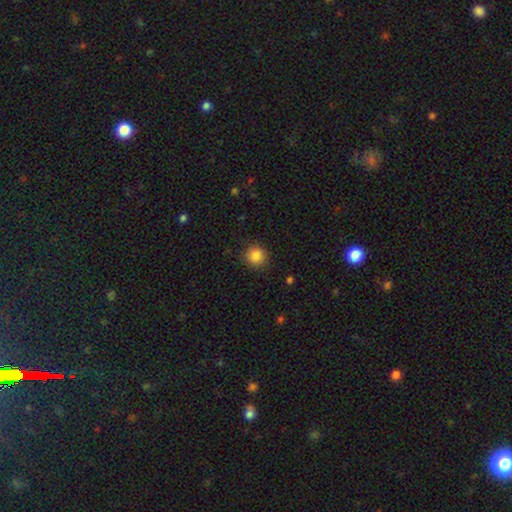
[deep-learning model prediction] A smooth galaxy with no disk features (86%) that is round (93%).

Vote fractions:
- Smooth or featured? smooth: 86% / star or artifact: 10% / featured or disk: 4%
- How rounded? round: 93% / in between: 6% / cigar-shaped: 1%
- Merging? none: 89% / minor disturbance: 7% / major disturbance: 2% / merger: 1%